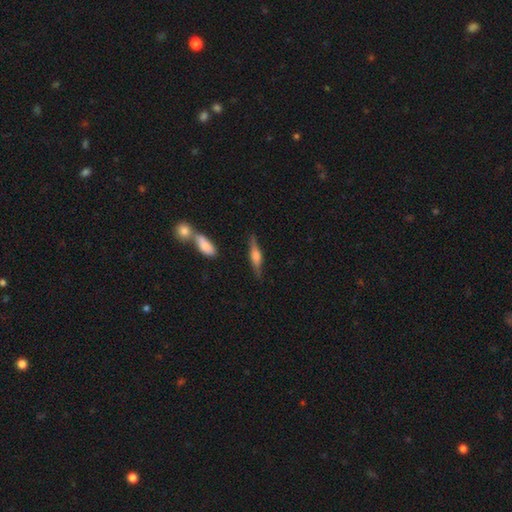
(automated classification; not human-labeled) Smooth or featured? Predicted: featured or disk (p=0.58). Edge-on disk? Predicted: yes (p=0.95). Edge-on bulge? Predicted: rounded (p=0.76). Merging? Predicted: none (p=0.80).